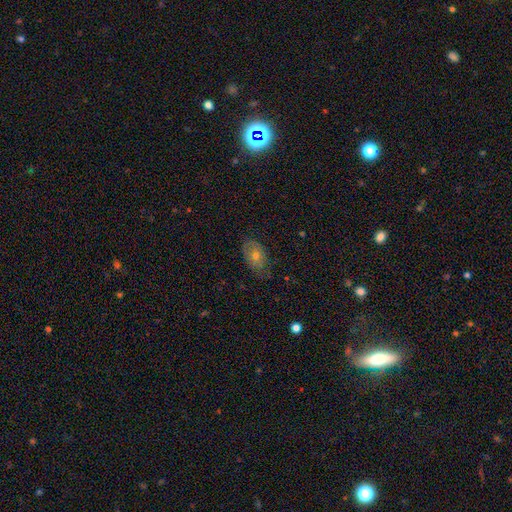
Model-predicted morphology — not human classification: Q: Smooth or featured?
A: smooth (47%); runner-up: featured or disk (40%)
Q: Merging?
A: none (71%); runner-up: minor disturbance (22%)